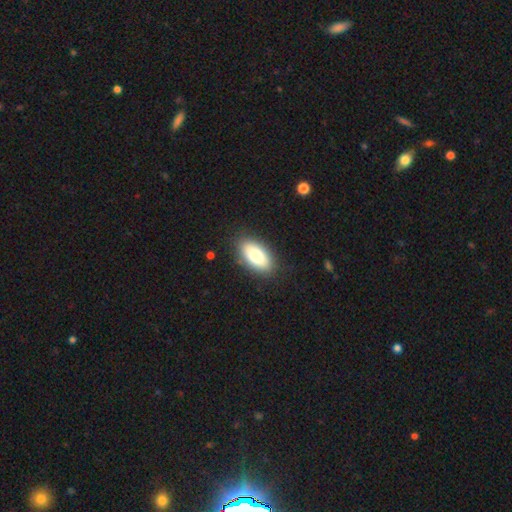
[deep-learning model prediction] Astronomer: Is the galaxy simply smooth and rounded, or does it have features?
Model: smooth — 78%.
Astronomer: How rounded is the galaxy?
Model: in between — 91%.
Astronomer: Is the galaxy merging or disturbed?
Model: none — 87%.